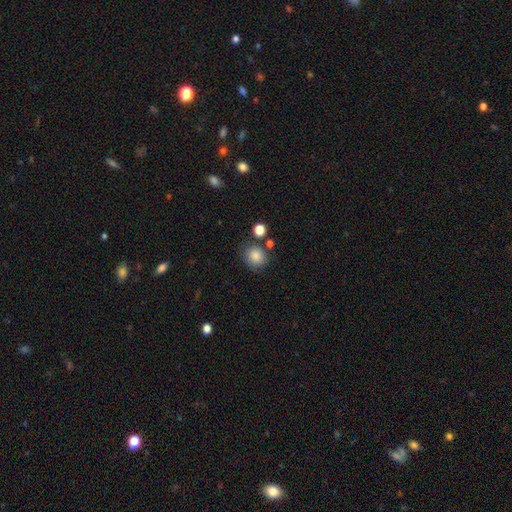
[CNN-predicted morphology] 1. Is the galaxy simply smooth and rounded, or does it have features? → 84% smooth, 10% star or artifact, 6% featured or disk.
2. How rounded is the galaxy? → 81% round, 18% in between, 1% cigar-shaped.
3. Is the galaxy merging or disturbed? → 77% none, 12% minor disturbance, 8% merger, 4% major disturbance.